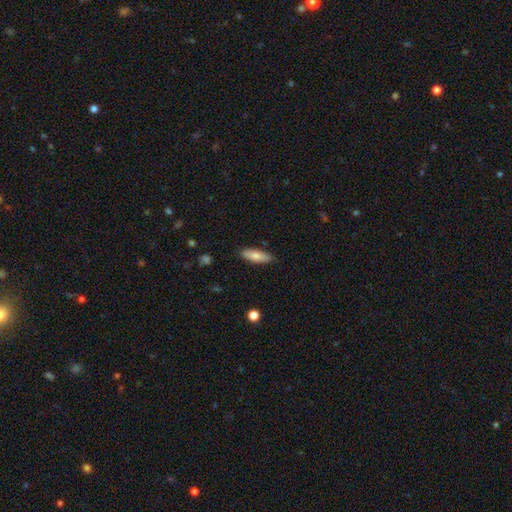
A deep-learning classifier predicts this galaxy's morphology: Overall: smooth (77%). How rounded: in between (54%; cigar-shaped 44%). Merging: none (86%).